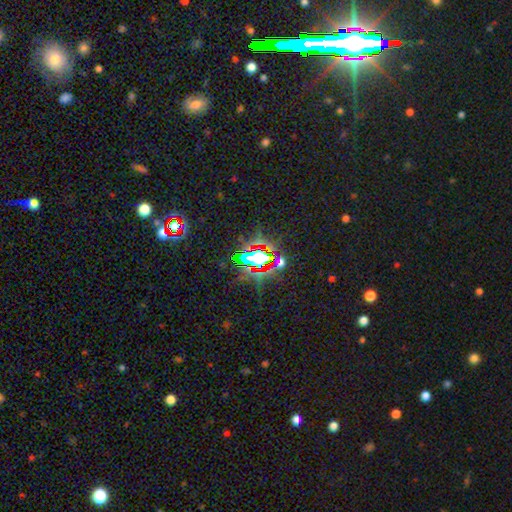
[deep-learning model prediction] Overall: star or artifact (71%).